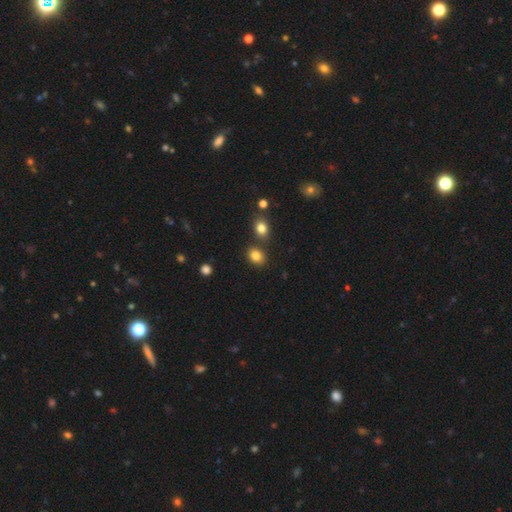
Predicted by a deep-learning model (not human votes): Smooth or featured?
  - smooth: 83% *
  - star or artifact: 11%
  - featured or disk: 6%
How rounded?
  - in between: 51% *
  - round: 48%
  - cigar-shaped: 1%
Merging?
  - none: 75% *
  - merger: 13%
  - minor disturbance: 10%
  - major disturbance: 3%